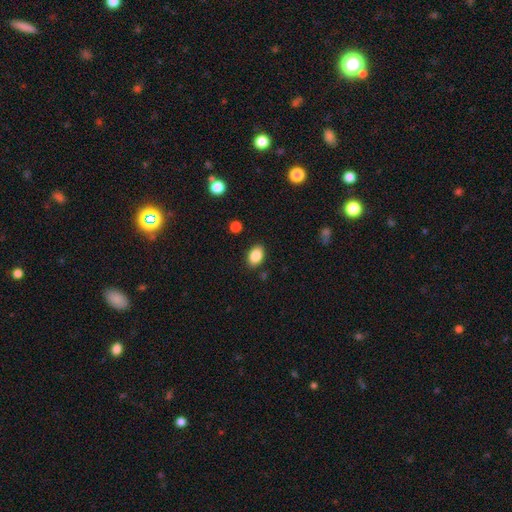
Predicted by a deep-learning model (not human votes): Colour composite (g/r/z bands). It shows a smooth galaxy with no disk features (87%) that is in between round and cigar-shaped (85%). Merging: none (87%).